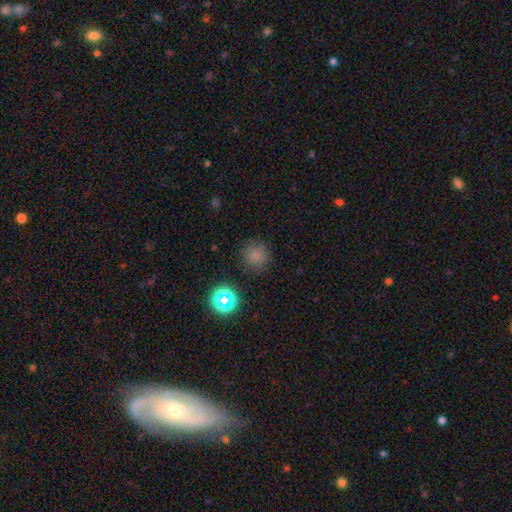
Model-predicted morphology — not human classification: Smooth or featured? Predicted: smooth (p=0.75). How rounded? Predicted: round (p=0.93). Merging? Predicted: none (p=0.85).